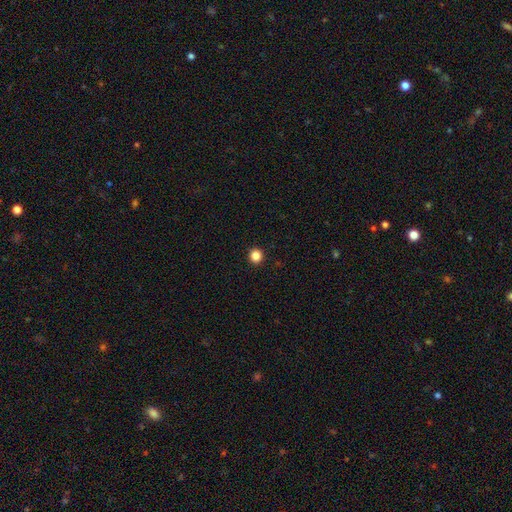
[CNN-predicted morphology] A smooth galaxy with no disk features (85%) that is round (93%).

Vote fractions:
- Smooth or featured? smooth: 85% / star or artifact: 11% / featured or disk: 3%
- How rounded? round: 93% / in between: 6% / cigar-shaped: 1%
- Merging? none: 94% / minor disturbance: 4% / major disturbance: 1% / merger: 1%